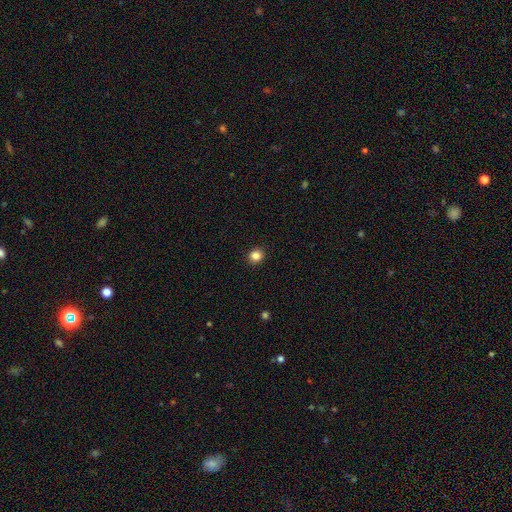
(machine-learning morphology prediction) Overall: smooth (85%). How rounded: round (86%). Merging: none (92%).